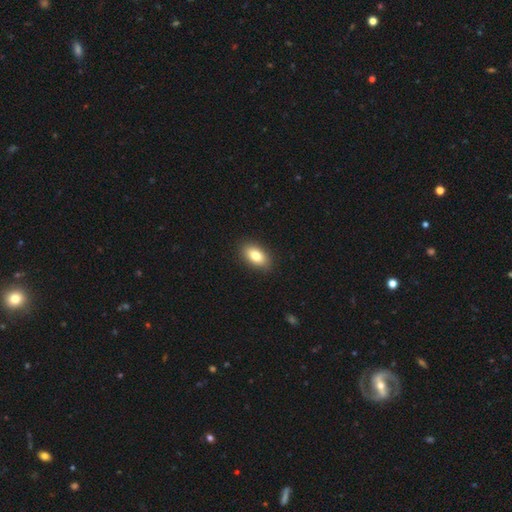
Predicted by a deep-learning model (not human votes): A smooth galaxy with no disk features (81%) that is in between round and cigar-shaped (91%).

Vote fractions:
- Smooth or featured? smooth: 81% / featured or disk: 12% / star or artifact: 8%
- How rounded? in between: 91% / round: 6% / cigar-shaped: 3%
- Merging? none: 90% / minor disturbance: 8% / major disturbance: 2% / merger: 1%